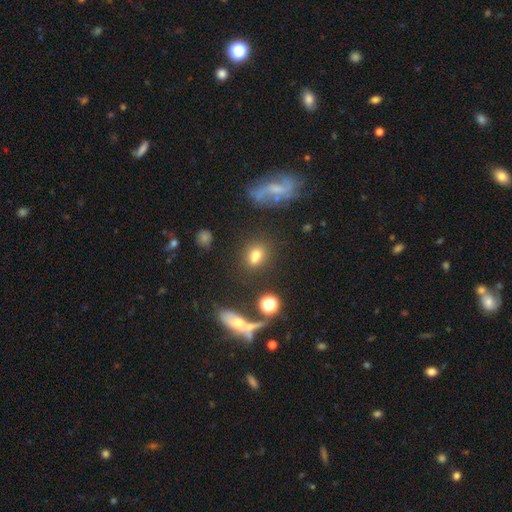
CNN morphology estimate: The model was most divided on "how rounded": in between: 60%, round: 37%, cigar-shaped: 4%. More confident: smooth or featured — smooth (70%); merging — none (62%).